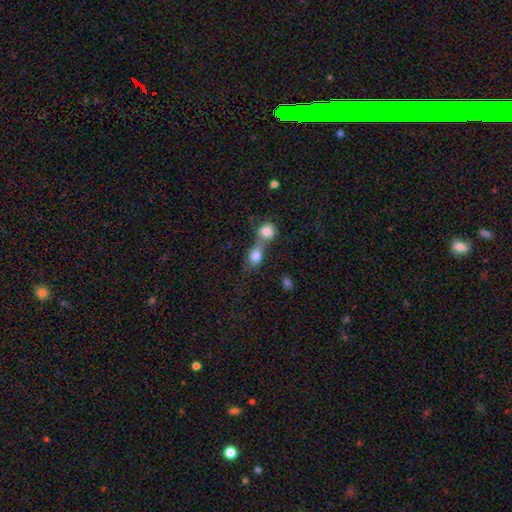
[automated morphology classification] This appears to be a smooth galaxy with no disk features (79%) that is round (57%). Merging: merger (68%).